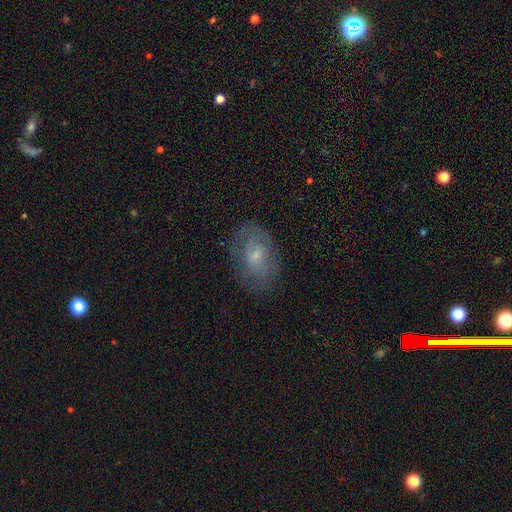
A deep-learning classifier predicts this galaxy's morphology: A smooth galaxy with no disk features (51%) that is in between round and cigar-shaped (79%). Merging: none (69%).